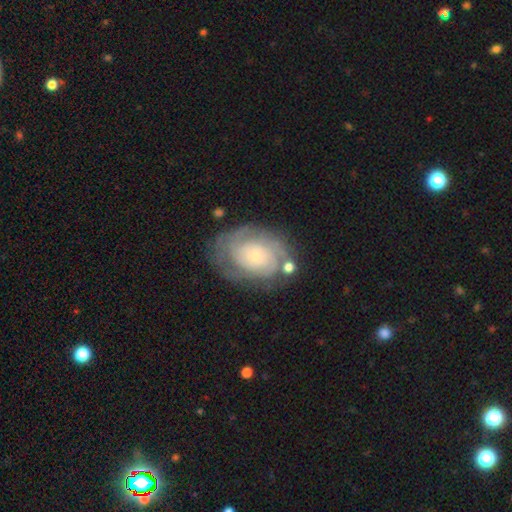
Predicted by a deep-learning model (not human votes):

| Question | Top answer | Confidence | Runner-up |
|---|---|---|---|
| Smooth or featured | featured or disk | 76% | smooth (18%) |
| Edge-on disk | no | 97% | yes (3%) |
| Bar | no | 80% | weak (17%) |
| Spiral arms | yes | 89% | no (11%) |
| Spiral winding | tight | 68% | medium (25%) |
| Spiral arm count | can't tell | 43% | 2 (21%) |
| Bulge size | small | 78% | moderate (16%) |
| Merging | none | 66% | minor disturbance (20%) |